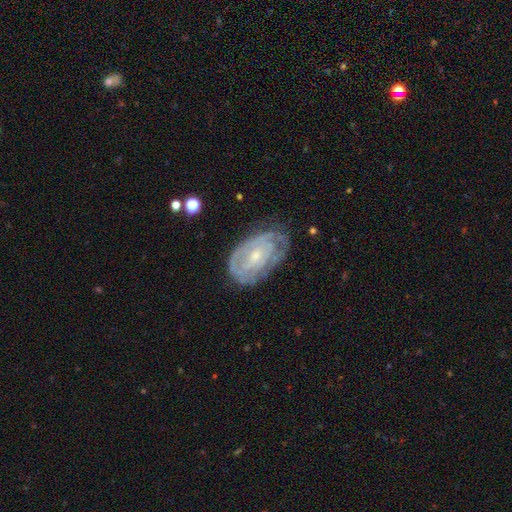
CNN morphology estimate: Smooth or featured? Predicted: featured or disk (p=0.77). Edge-on disk? Predicted: no (p=0.96). Bar? Predicted: no (p=0.61). Spiral arms? Predicted: yes (p=0.83). Spiral winding? Predicted: tight (p=0.69). Spiral arm count? Predicted: can't tell (p=0.51). Bulge size? Predicted: small (p=0.64). Merging? Predicted: none (p=0.65).